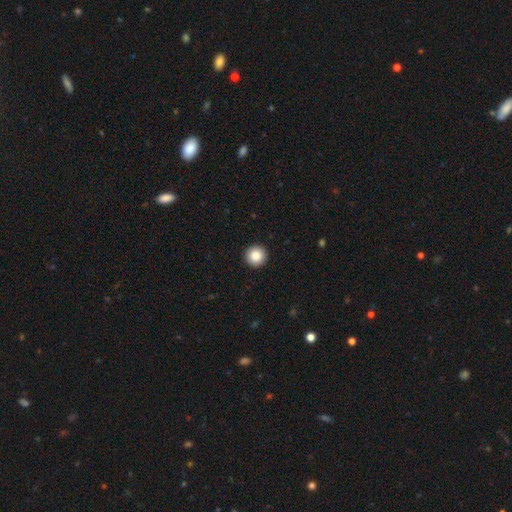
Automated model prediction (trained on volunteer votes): This is clearly a smooth galaxy (87%). How rounded: clearly round (96%). Merging: clearly none (94%).